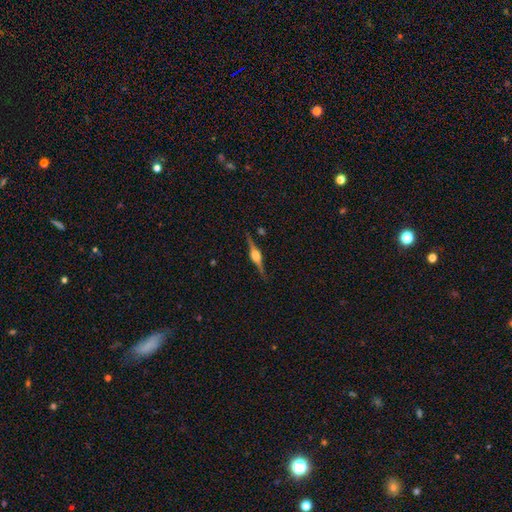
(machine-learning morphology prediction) smooth-or-featured: featured or disk: 84% | smooth: 9% | star or artifact: 6%
  disk-edge-on: yes: 98% | no: 2%
    edge-on-bulge: rounded: 90% | boxy: 8% | none: 1%
  merging: none: 88% | minor disturbance: 8% | major disturbance: 2% | merger: 1%